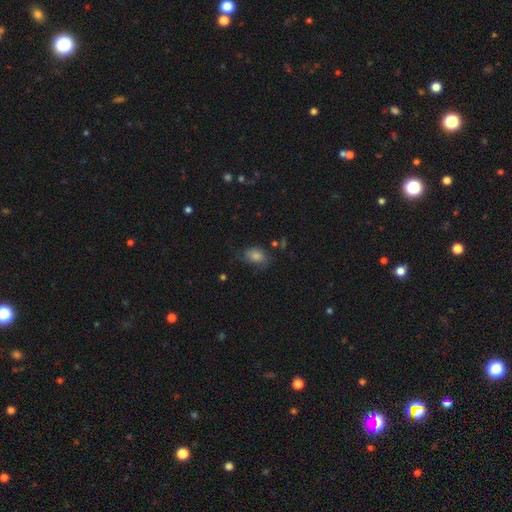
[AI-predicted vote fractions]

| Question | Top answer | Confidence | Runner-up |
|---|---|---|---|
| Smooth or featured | smooth | 72% | star or artifact (15%) |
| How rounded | in between | 70% | round (29%) |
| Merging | none | 62% | minor disturbance (25%) |